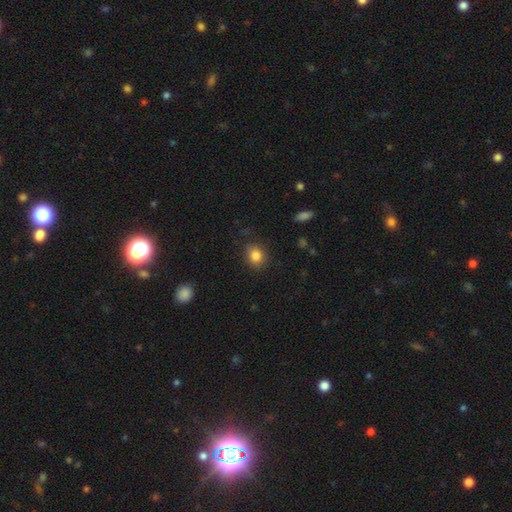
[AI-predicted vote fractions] This is clearly a smooth galaxy (84%). How rounded: possibly round (56%). Merging: clearly none (83%).